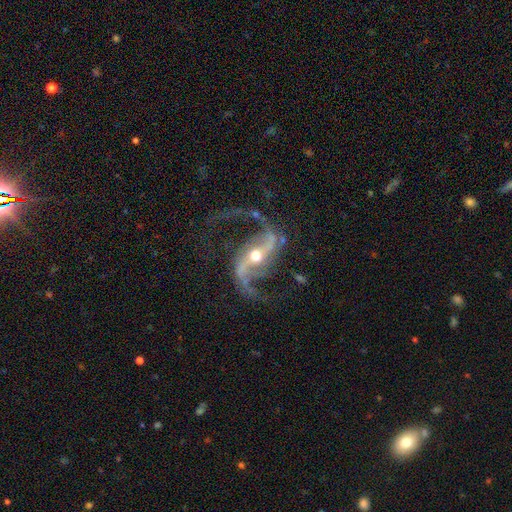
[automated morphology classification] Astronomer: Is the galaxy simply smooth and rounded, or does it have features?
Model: featured or disk — 93%.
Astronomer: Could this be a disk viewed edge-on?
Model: no — 97%.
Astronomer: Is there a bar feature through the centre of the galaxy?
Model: strong — 52% (runner-up: weak, 29%).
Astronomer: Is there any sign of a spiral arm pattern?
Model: yes — 98%.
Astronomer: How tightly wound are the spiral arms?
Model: loose — 63%.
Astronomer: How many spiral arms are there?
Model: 2 — 94%.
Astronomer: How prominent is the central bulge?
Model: moderate — 61%.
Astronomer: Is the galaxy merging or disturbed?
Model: none — 76%.